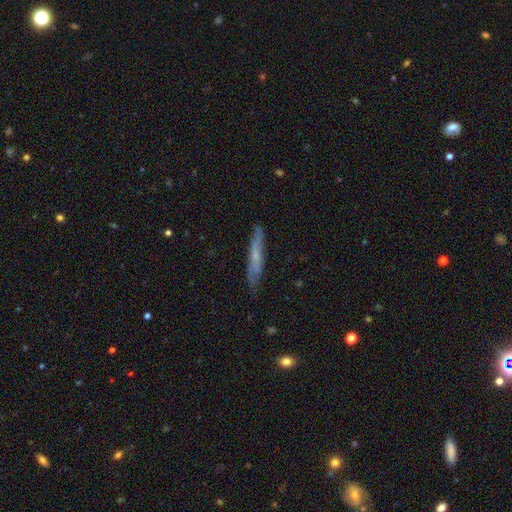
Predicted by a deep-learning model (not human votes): The model was most divided on "smooth or featured": featured or disk: 48%, smooth: 46%, star or artifact: 6%. More confident: merging — none (82%).